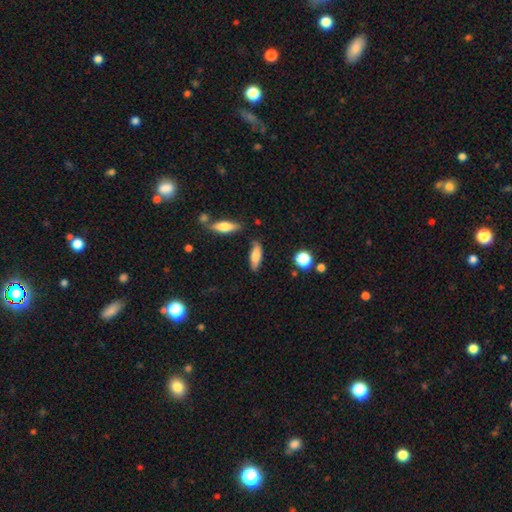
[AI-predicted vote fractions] The model was most divided on "how rounded": in between: 55%, cigar-shaped: 42%, round: 3%. More confident: smooth or featured — smooth (75%); merging — none (75%).